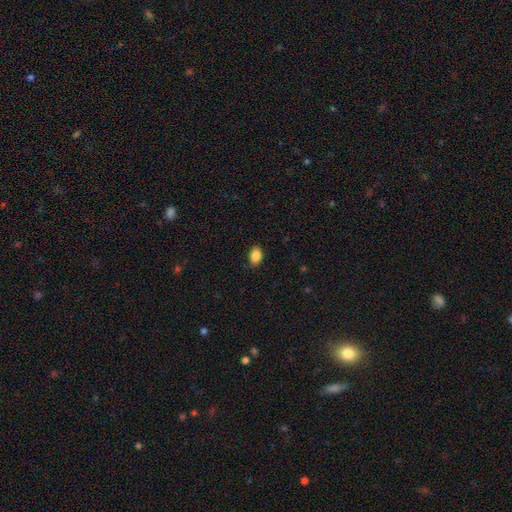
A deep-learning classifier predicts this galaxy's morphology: Smooth or featured?
  - smooth: 88% *
  - star or artifact: 8%
  - featured or disk: 4%
How rounded?
  - in between: 84% *
  - round: 15%
  - cigar-shaped: 1%
Merging?
  - none: 86% *
  - minor disturbance: 10%
  - major disturbance: 2%
  - merger: 1%